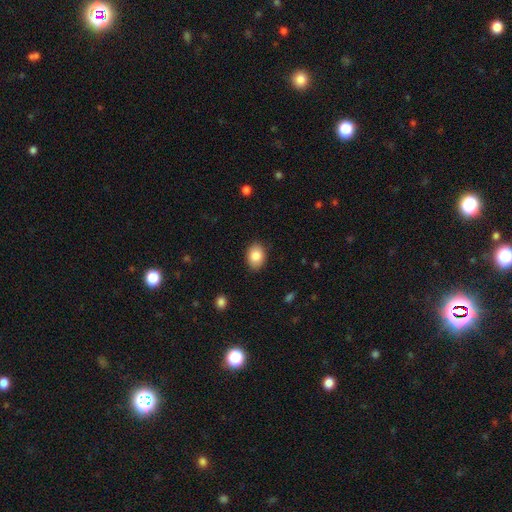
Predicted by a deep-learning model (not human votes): Q: Smooth or featured?
A: smooth (86%); runner-up: star or artifact (8%)
Q: How rounded?
A: in between (74%); runner-up: round (25%)
Q: Merging?
A: none (87%); runner-up: minor disturbance (10%)